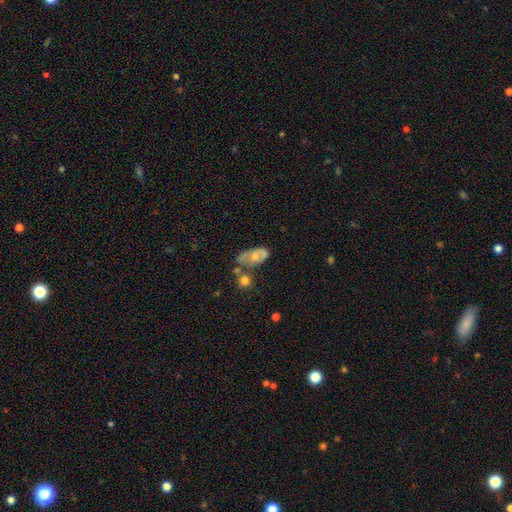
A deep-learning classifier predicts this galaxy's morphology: Smooth or featured? smooth (56%)
How rounded? in between (88%)
Merging? minor disturbance (31%)